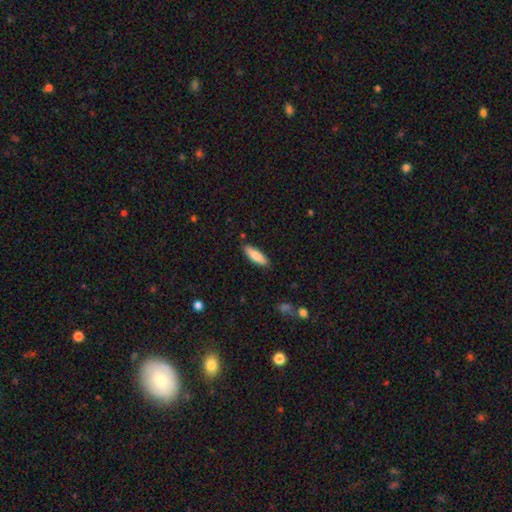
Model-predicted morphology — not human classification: Overall: smooth (81%). How rounded: cigar-shaped (51%; in between 48%). Merging: none (87%).